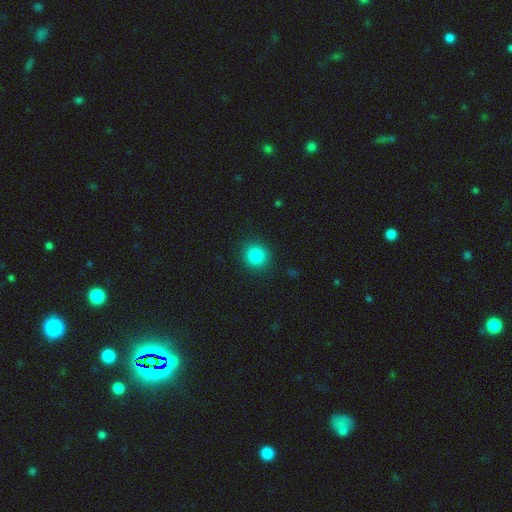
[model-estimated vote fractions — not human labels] This appears to be a smooth galaxy with no disk features (84%) that is round (89%). Merging: none (90%).